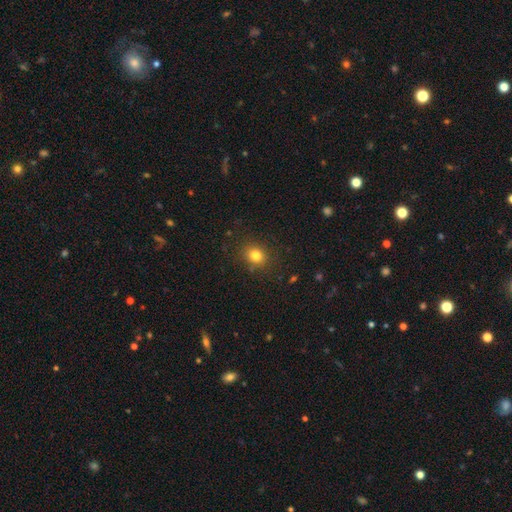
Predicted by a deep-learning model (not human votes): This is clearly a smooth galaxy (80%). How rounded: likely round (67%). Merging: clearly none (86%).